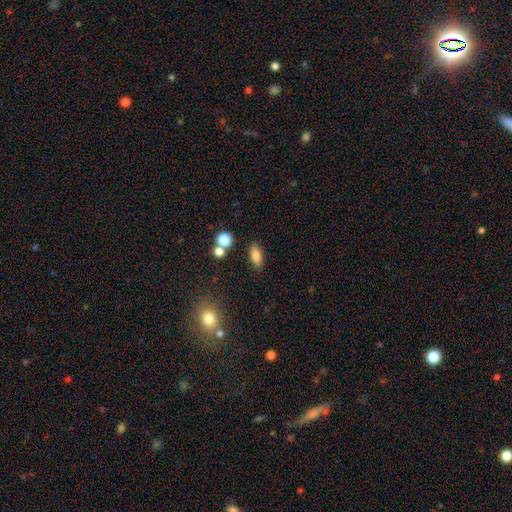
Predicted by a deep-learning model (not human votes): smooth-or-featured: smooth: 78% | featured or disk: 12% | star or artifact: 10%
  how-rounded: in between: 78% | cigar-shaped: 16% | round: 7%
  merging: none: 82% | minor disturbance: 10% | merger: 6% | major disturbance: 3%